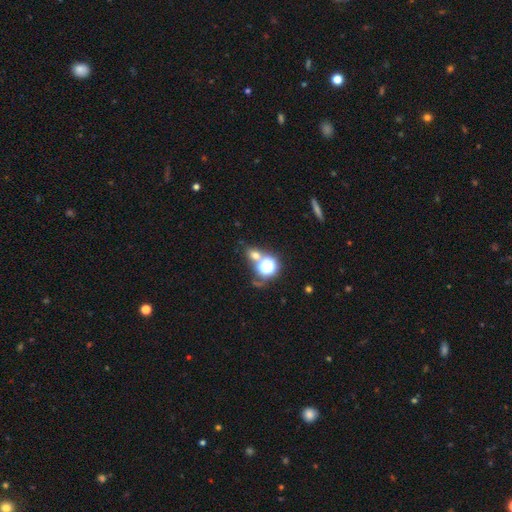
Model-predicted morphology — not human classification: smooth_or_featured: smooth (p=0.58) [alt: star or artifact p=0.32]
how_rounded: round (p=0.65) [alt: in between p=0.33]
merging: none (p=0.59) [alt: merger p=0.25]